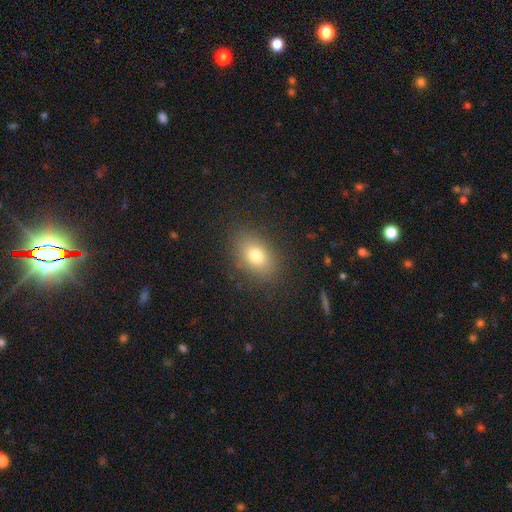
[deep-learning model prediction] smooth-or-featured: smooth: 77% | featured or disk: 11% | star or artifact: 11%
  how-rounded: in between: 79% | round: 20% | cigar-shaped: 2%
  merging: none: 86% | minor disturbance: 10% | major disturbance: 4% | merger: 1%